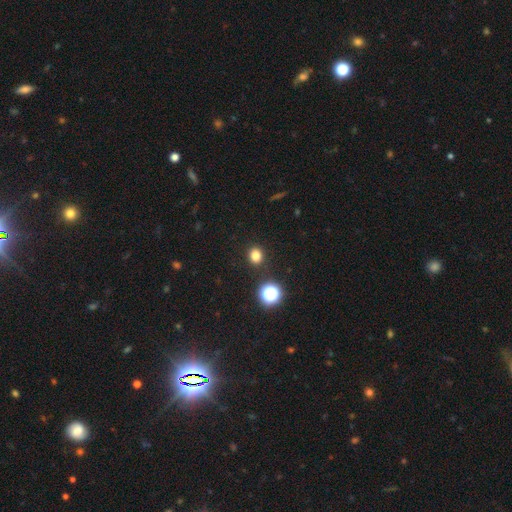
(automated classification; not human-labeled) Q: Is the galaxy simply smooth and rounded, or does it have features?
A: smooth — 80%.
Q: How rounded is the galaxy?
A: round — 70%.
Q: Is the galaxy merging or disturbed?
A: none — 89%.